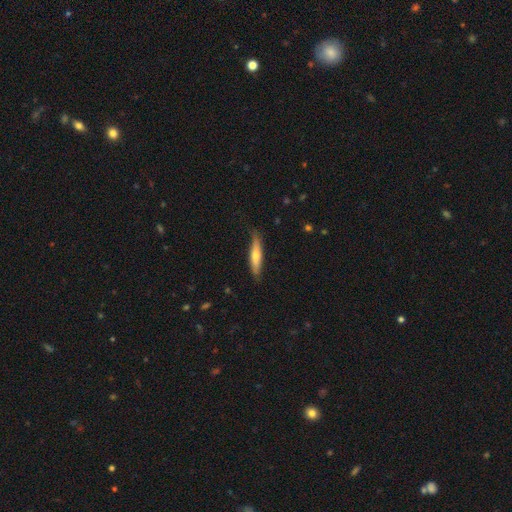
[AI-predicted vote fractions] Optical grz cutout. It shows a smooth galaxy with no disk features (60%) that is cigar-shaped (82%). Merging: none (77%).